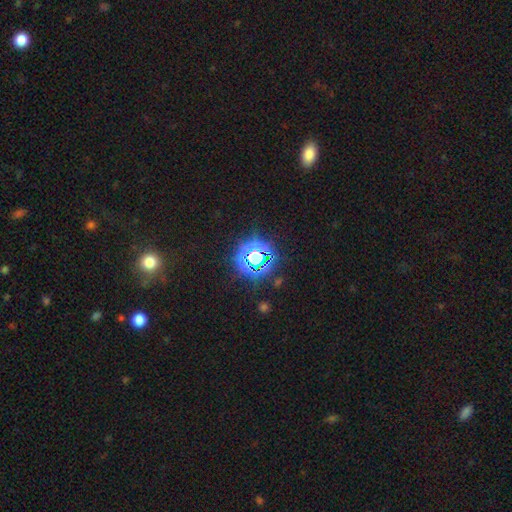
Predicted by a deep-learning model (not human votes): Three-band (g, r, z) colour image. It shows a star or artifact, not a galaxy (75%).